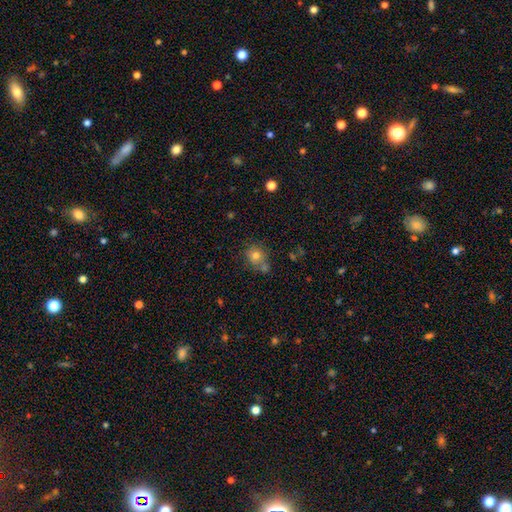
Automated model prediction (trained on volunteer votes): Smooth or featured?
  - smooth: 75% *
  - star or artifact: 13%
  - featured or disk: 12%
How rounded?
  - round: 75% *
  - in between: 24%
  - cigar-shaped: 1%
Merging?
  - none: 56% *
  - merger: 22%
  - minor disturbance: 16%
  - major disturbance: 5%